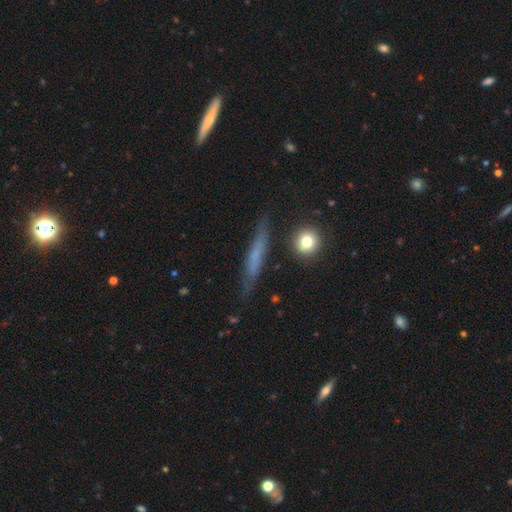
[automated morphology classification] Smooth or featured? featured or disk (46%, tied with smooth)
Merging? none (77%)